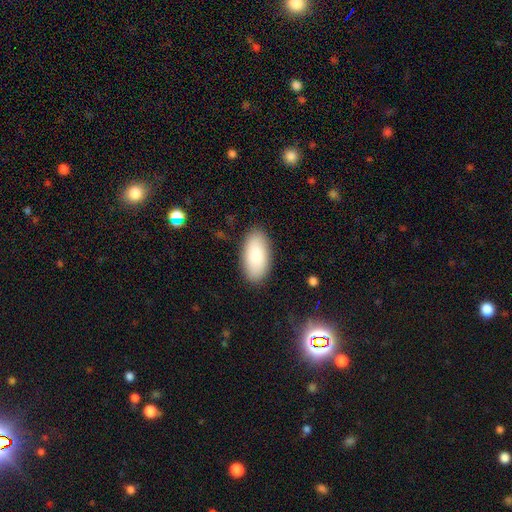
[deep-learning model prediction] Smooth or featured? Predicted: smooth (p=0.86). How rounded? Predicted: in between (p=0.94). Merging? Predicted: none (p=0.87).